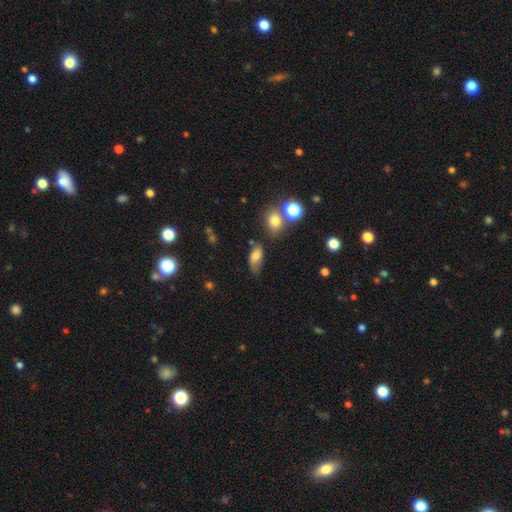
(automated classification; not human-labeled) A smooth galaxy with no disk features (72%) that is in between round and cigar-shaped (87%). Merging: none (49%).